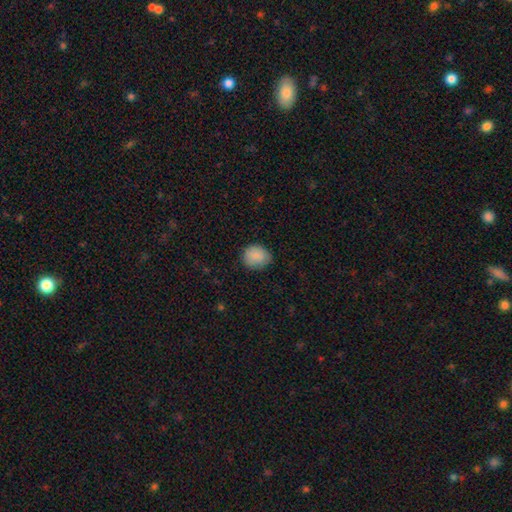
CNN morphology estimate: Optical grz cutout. It shows a smooth galaxy with no disk features (88%) that is round (67%). Merging: none (78%).